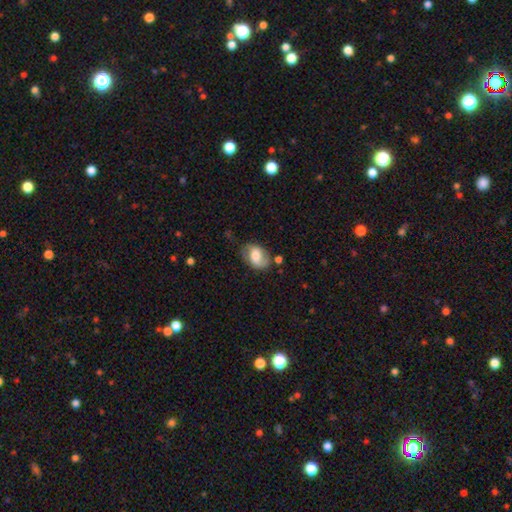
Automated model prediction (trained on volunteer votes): This is possibly a smooth galaxy (59%). How rounded: likely in between (79%). Merging: possibly none (51%).